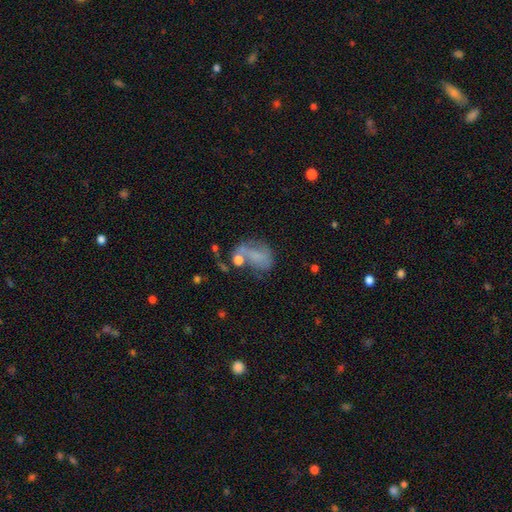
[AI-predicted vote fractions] Smooth or featured: smooth — 49% (featured or disk — 35%)
Merging: none — 30% (major disturbance — 28%)